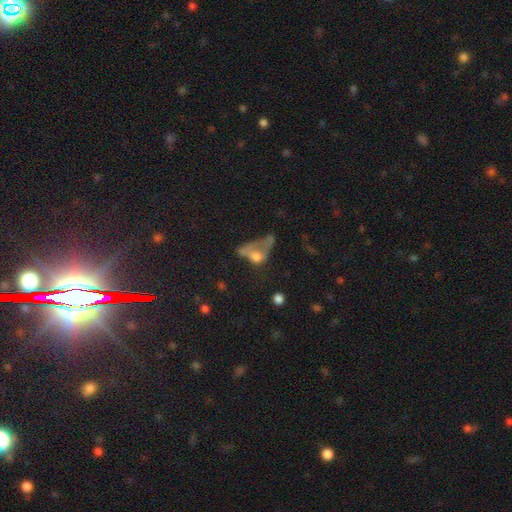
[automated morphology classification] A smooth galaxy with no disk features (50%).

Vote fractions:
- Smooth or featured? smooth: 50% / featured or disk: 32% / star or artifact: 18%
- Merging? major disturbance: 50% / merger: 21% / none: 16% / minor disturbance: 13%